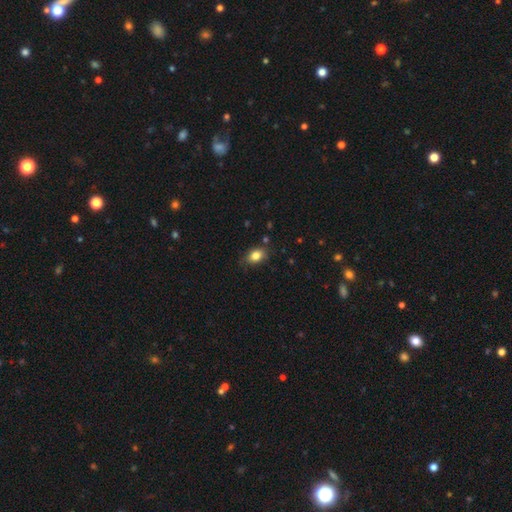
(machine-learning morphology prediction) Overall: smooth (83%). How rounded: in between (75%). Merging: none (79%).